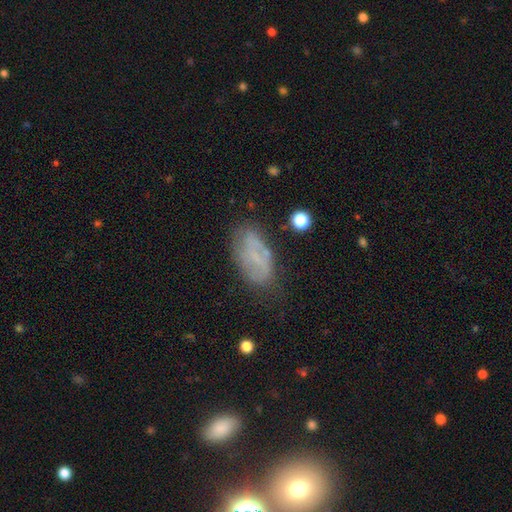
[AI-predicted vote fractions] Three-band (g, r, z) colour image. It shows a featured or disk galaxy (50%). Merging: none (65%).